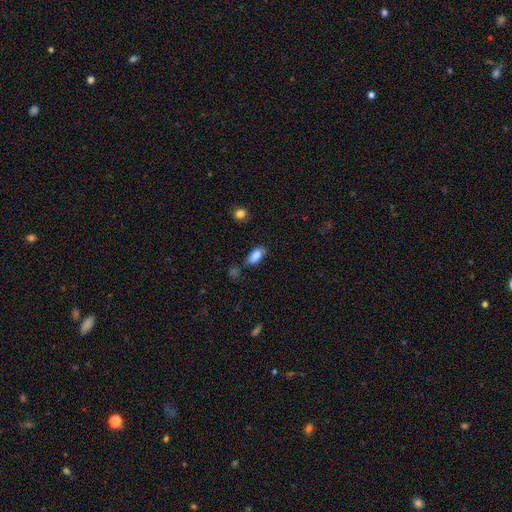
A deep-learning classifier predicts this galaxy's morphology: smooth 85%, star or artifact 9%, featured or disk 6%. Down the decision tree: how rounded — in between (87%); merging — none (65%).